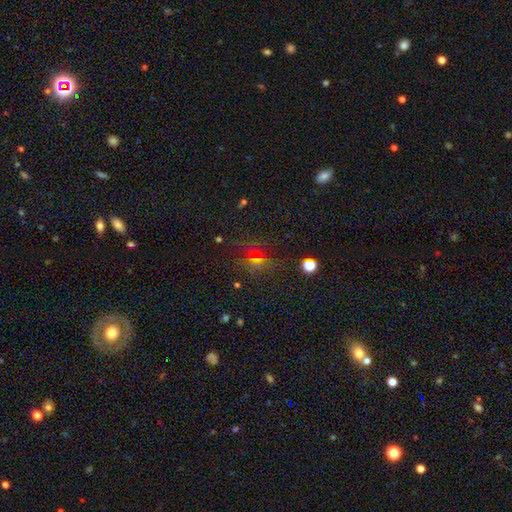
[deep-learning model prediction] Q: Smooth or featured?
A: star or artifact (48%); runner-up: smooth (41%)